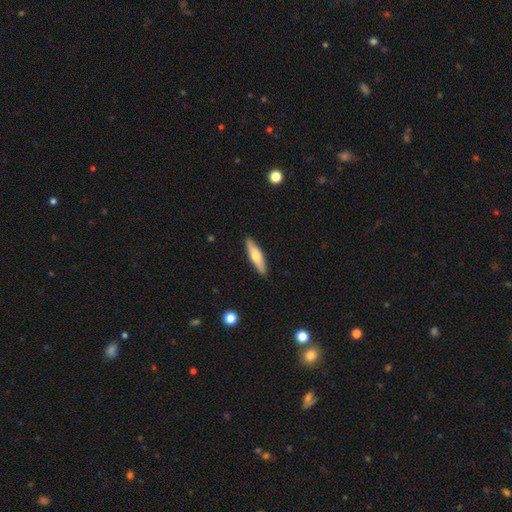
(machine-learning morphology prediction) Smooth or featured: smooth — 61% (featured or disk — 33%)
How rounded: cigar-shaped — 74% (in between — 24%)
Merging: none — 89% (minor disturbance — 8%)